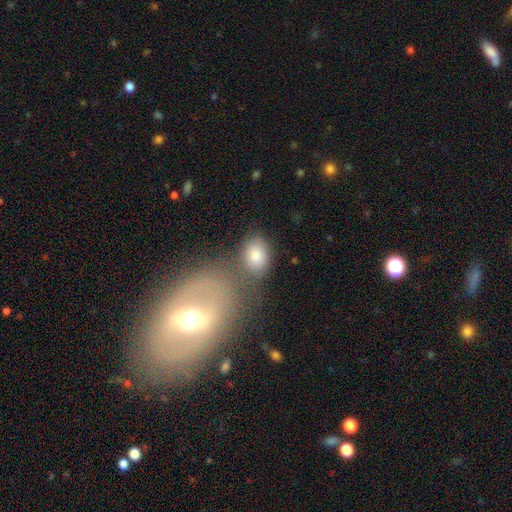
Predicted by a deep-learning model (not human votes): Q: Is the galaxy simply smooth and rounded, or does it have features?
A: smooth — 80%.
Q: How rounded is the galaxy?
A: in between — 74%.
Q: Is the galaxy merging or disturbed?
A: none — 66%.